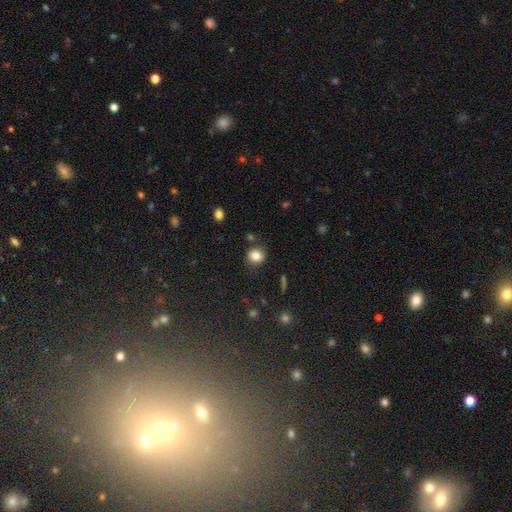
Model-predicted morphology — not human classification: type=smooth (83%); roundness=round (80%); merging=none (82%).